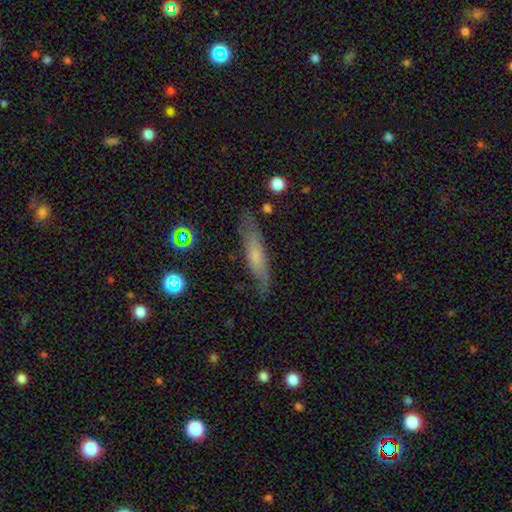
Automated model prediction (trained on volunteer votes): Q: Smooth or featured?
A: smooth (51%); runner-up: featured or disk (41%)
Q: How rounded?
A: cigar-shaped (74%); runner-up: in between (24%)
Q: Merging?
A: none (66%); runner-up: minor disturbance (24%)